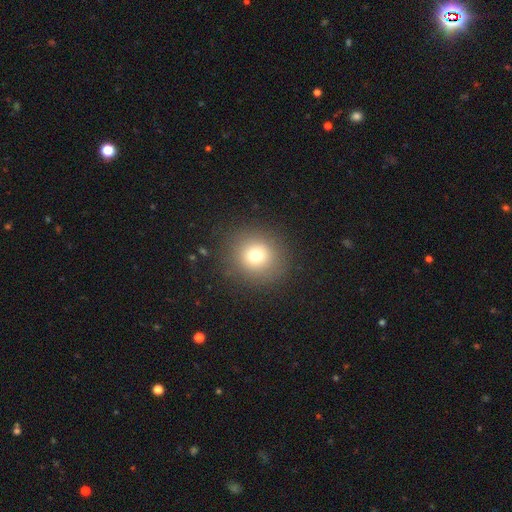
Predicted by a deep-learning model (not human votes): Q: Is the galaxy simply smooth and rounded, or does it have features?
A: smooth — 74%.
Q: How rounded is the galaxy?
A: round — 89%.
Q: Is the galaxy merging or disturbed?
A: none — 87%.